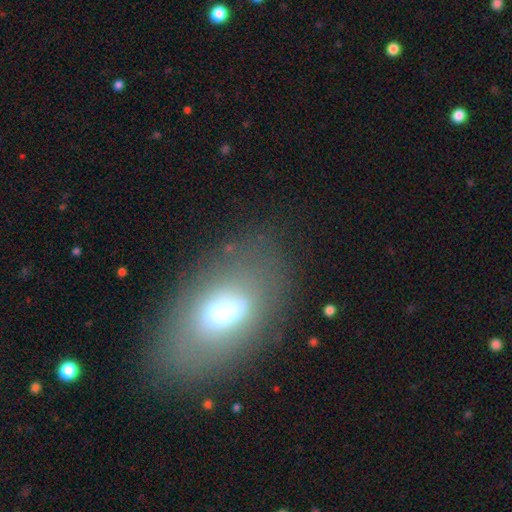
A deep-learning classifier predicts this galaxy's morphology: A smooth galaxy with no disk features (54%) that is in between round and cigar-shaped (88%).

Vote fractions:
- Smooth or featured? smooth: 54% / featured or disk: 32% / star or artifact: 14%
- How rounded? in between: 88% / round: 8% / cigar-shaped: 3%
- Merging? none: 79% / minor disturbance: 13% / major disturbance: 6% / merger: 2%